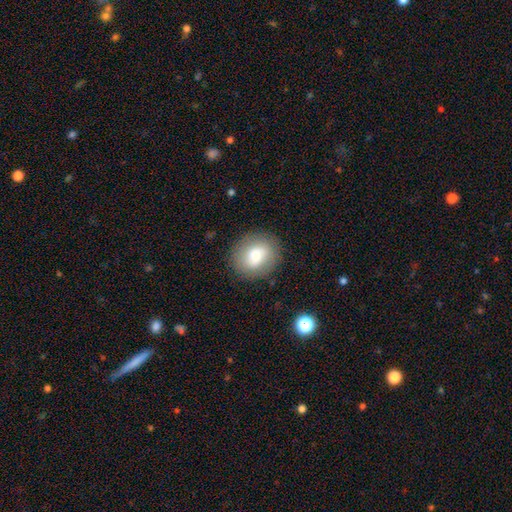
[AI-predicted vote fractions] Smooth or featured? Predicted: smooth (p=0.76). How rounded? Predicted: round (p=0.71). Merging? Predicted: none (p=0.83).